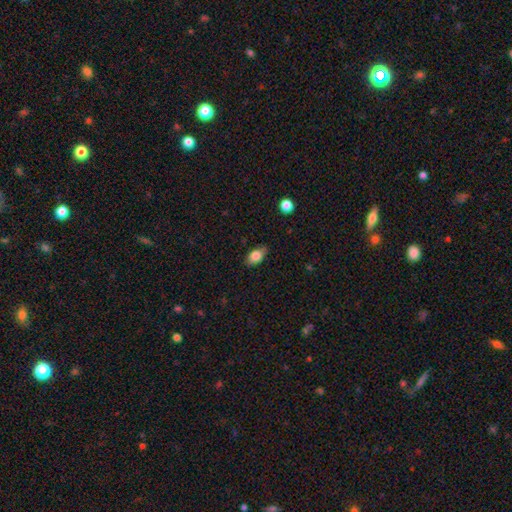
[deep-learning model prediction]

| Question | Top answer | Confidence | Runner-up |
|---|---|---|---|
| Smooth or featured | smooth | 80% | featured or disk (13%) |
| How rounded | in between | 86% | round (10%) |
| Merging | none | 77% | minor disturbance (18%) |